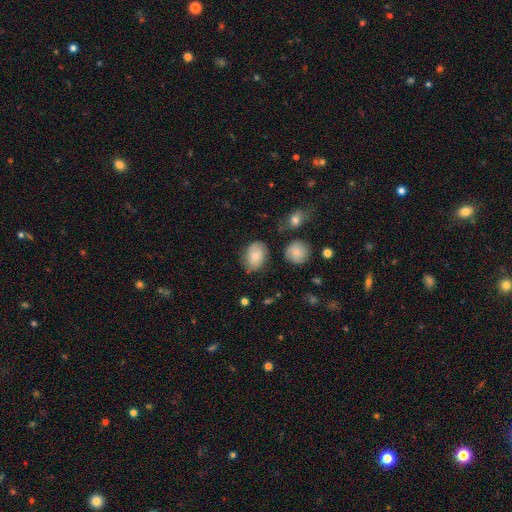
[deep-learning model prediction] Morphology: type=smooth (74%); roundness=in between (74%); merging=none (70%).